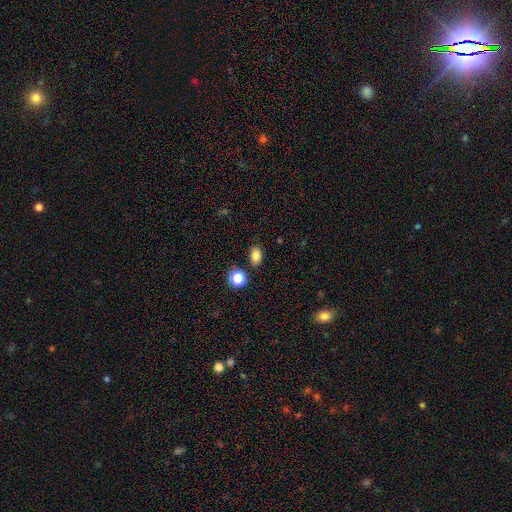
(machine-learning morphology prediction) A smooth galaxy with no disk features (84%) that is in between round and cigar-shaped (77%).

Vote fractions:
- Smooth or featured? smooth: 84% / star or artifact: 11% / featured or disk: 5%
- How rounded? in between: 77% / round: 22% / cigar-shaped: 2%
- Merging? none: 82% / minor disturbance: 11% / merger: 5% / major disturbance: 3%